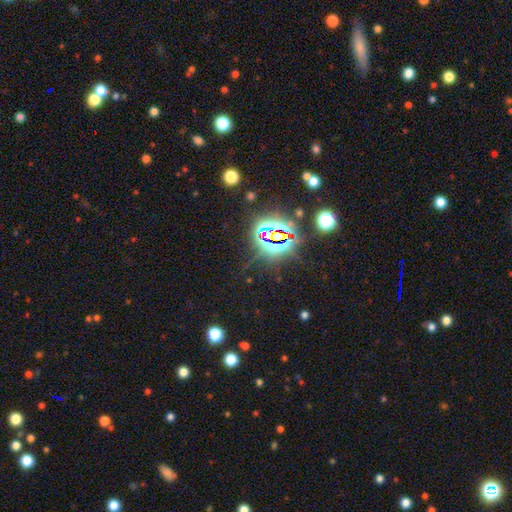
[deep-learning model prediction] Smooth or featured?
  - star or artifact: 80% *
  - smooth: 12%
  - featured or disk: 8%